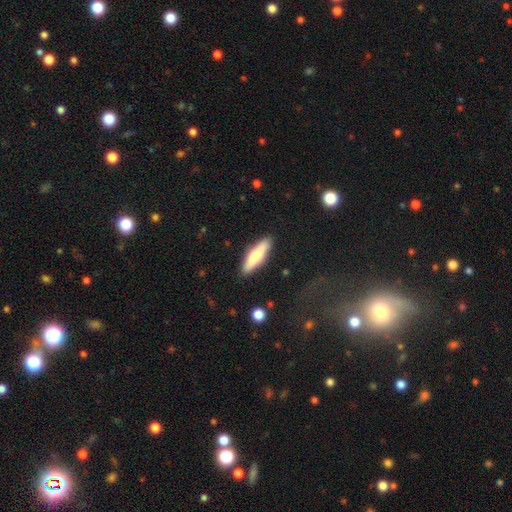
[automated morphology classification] Smooth or featured: smooth — 69% (featured or disk — 26%)
How rounded: cigar-shaped — 68% (in between — 30%)
Merging: none — 88% (minor disturbance — 9%)